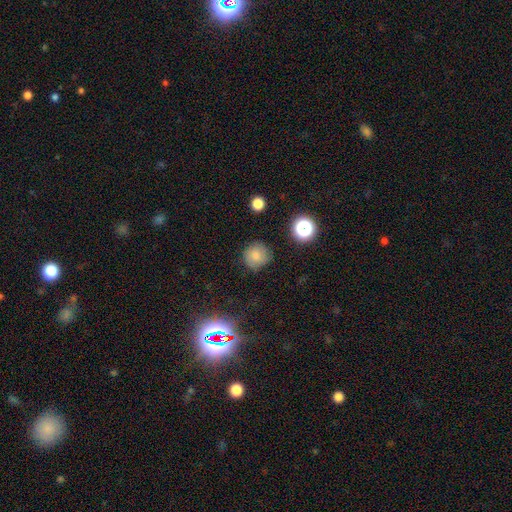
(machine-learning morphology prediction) A smooth galaxy with no disk features (75%) that is round (91%). Merging: none (79%).